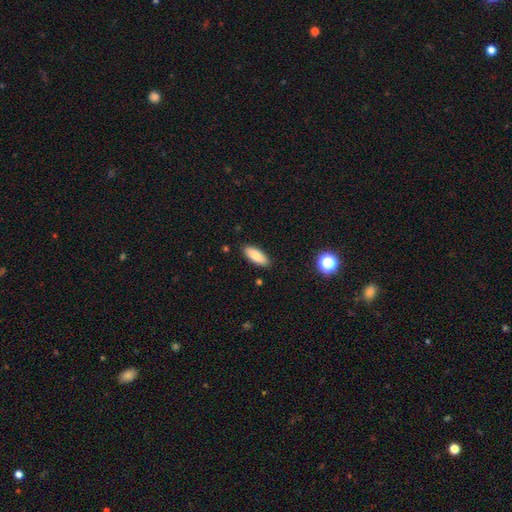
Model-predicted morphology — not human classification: smooth_or_featured: smooth (p=0.79) [alt: featured or disk p=0.14]
how_rounded: in between (p=0.75) [alt: cigar-shaped p=0.23]
merging: none (p=0.88) [alt: minor disturbance p=0.08]